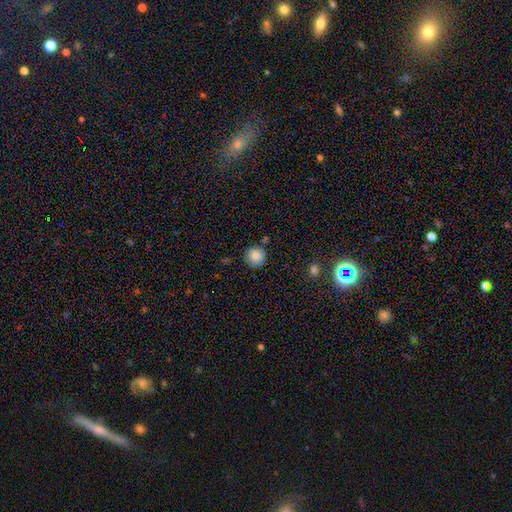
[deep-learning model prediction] Smooth or featured: smooth — 82% (star or artifact — 9%)
How rounded: round — 92% (in between — 7%)
Merging: none — 78% (minor disturbance — 15%)